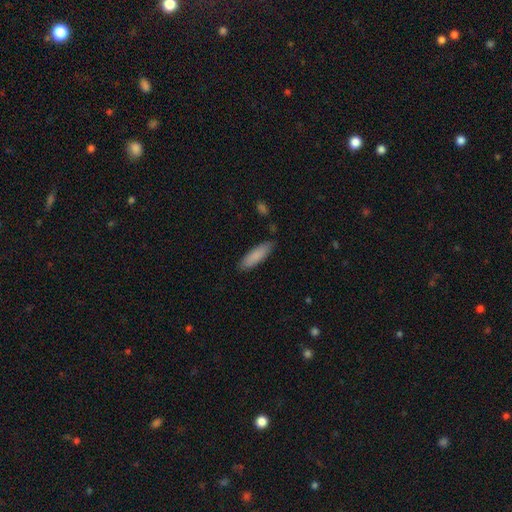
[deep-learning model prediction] Smooth or featured: smooth — 87% (featured or disk — 7%)
How rounded: cigar-shaped — 60% (in between — 39%)
Merging: none — 85% (minor disturbance — 12%)